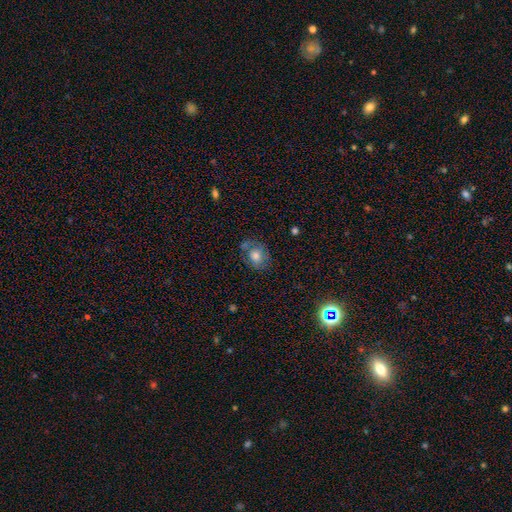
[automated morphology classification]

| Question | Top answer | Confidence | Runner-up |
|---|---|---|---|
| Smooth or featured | smooth | 68% | featured or disk (21%) |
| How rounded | round | 59% | in between (39%) |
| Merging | none | 60% | minor disturbance (24%) |